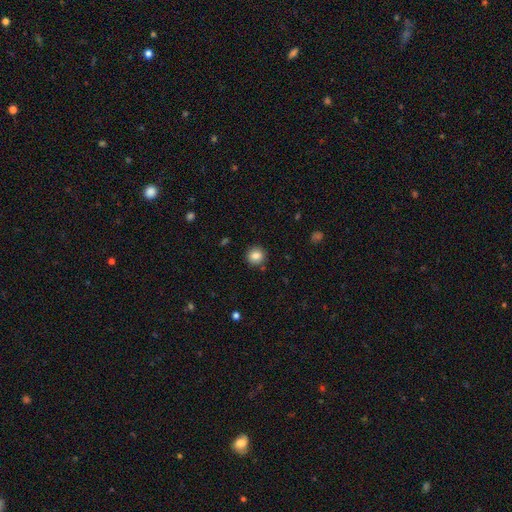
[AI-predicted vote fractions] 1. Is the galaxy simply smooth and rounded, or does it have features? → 85% smooth, 10% star or artifact, 6% featured or disk.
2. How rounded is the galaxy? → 92% round, 7% in between, 1% cigar-shaped.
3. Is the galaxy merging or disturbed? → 89% none, 7% minor disturbance, 2% merger, 2% major disturbance.